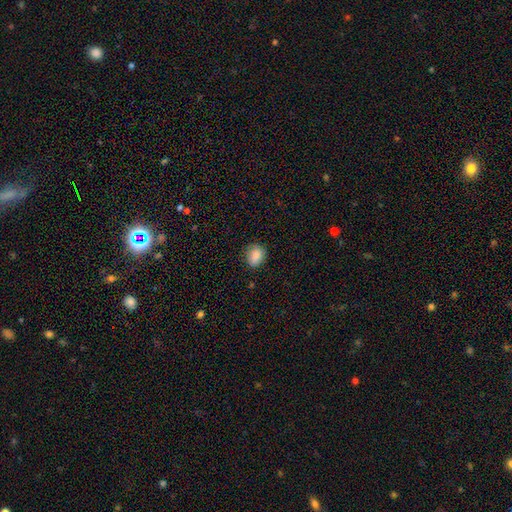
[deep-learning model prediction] Morphology: type=smooth (86%); roundness=in between (56%); merging=none (75%).